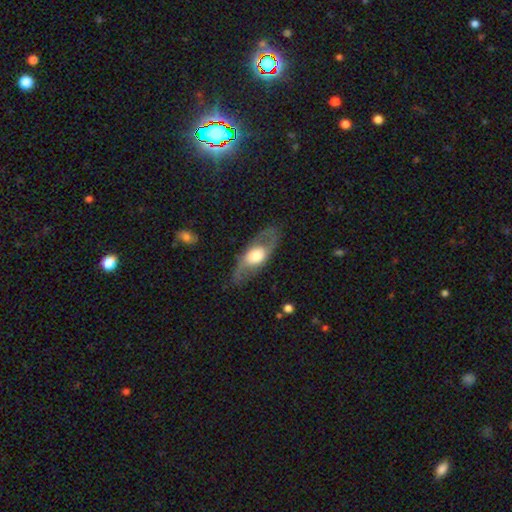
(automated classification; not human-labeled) The model was most divided on "smooth or featured": featured or disk: 63%, smooth: 31%, star or artifact: 5%. More confident: merging — none (76%); edge-on disk — no (72%).